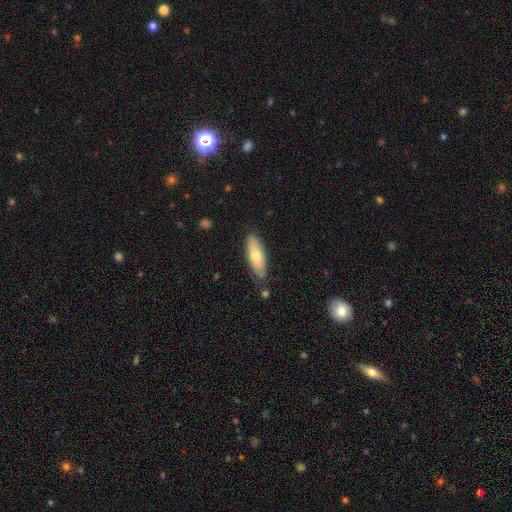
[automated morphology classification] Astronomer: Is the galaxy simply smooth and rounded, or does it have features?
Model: smooth — 64%.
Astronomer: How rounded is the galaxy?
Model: in between — 63%.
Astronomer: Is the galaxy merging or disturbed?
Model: none — 77%.